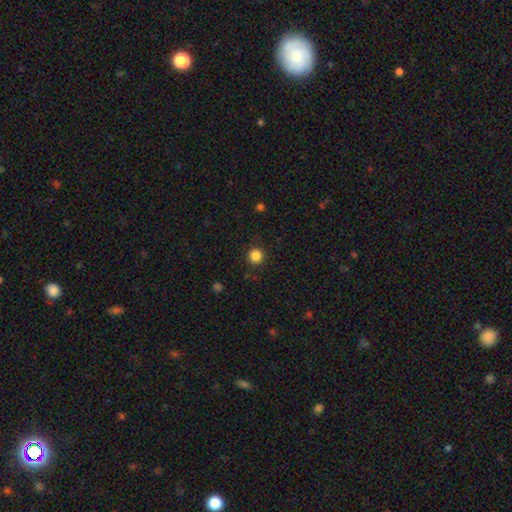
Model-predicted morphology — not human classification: This is clearly a smooth galaxy (85%). How rounded: clearly round (95%). Merging: clearly none (90%).